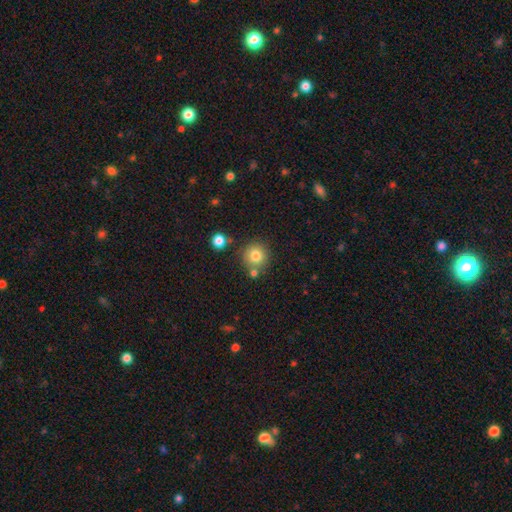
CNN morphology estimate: This appears to be a smooth galaxy with no disk features (80%) that is round (93%). Merging: none (74%).